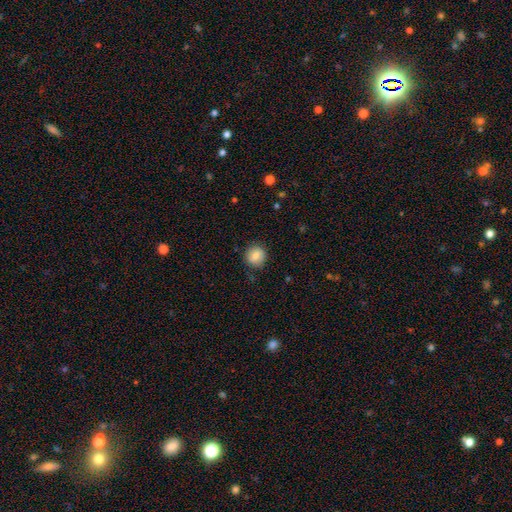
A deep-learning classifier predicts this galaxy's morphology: smooth 81%, featured or disk 10%, star or artifact 9%. Down the decision tree: how rounded — round (86%); merging — none (84%).